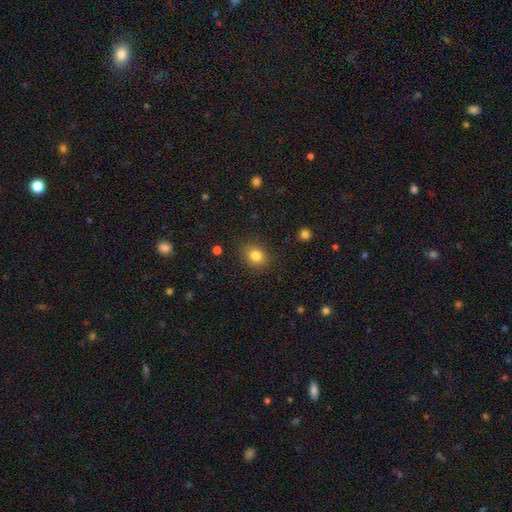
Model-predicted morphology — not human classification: Overall: smooth (83%). How rounded: round (64%; in between 35%). Merging: none (87%).